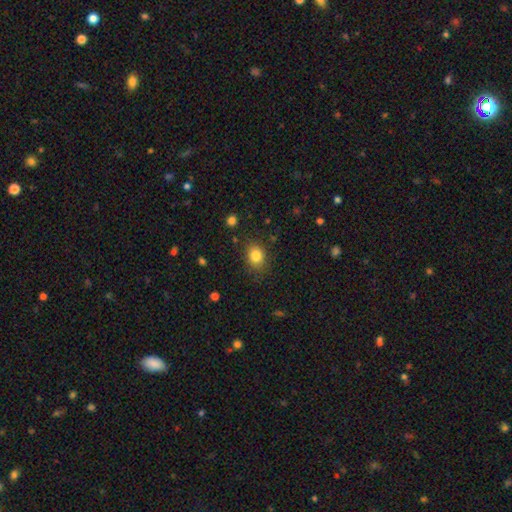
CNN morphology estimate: This is clearly a smooth galaxy (82%). How rounded: possibly round (52%). Merging: clearly none (83%).